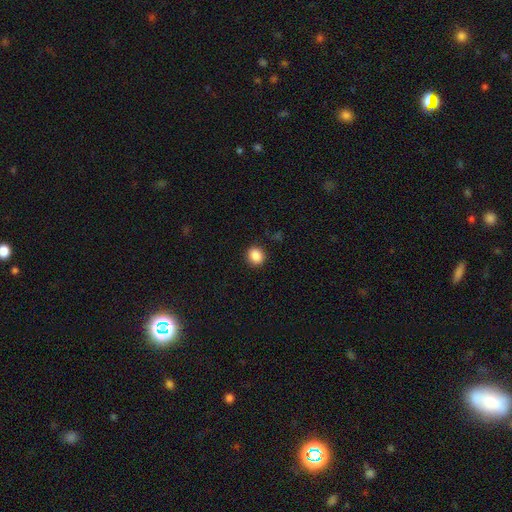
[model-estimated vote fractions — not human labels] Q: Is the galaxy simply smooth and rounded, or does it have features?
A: smooth — 88%.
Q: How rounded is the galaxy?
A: round — 79%.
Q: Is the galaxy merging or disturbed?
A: none — 90%.